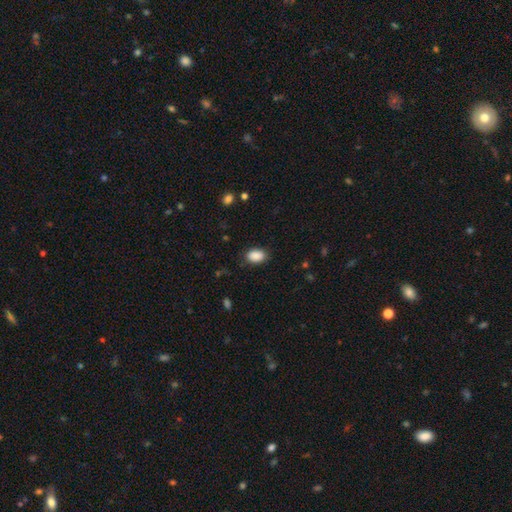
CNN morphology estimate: A smooth galaxy with no disk features (89%) that is in between round and cigar-shaped (88%).

Vote fractions:
- Smooth or featured? smooth: 89% / star or artifact: 7% / featured or disk: 3%
- How rounded? in between: 88% / round: 11% / cigar-shaped: 1%
- Merging? none: 84% / minor disturbance: 11% / major disturbance: 3% / merger: 1%